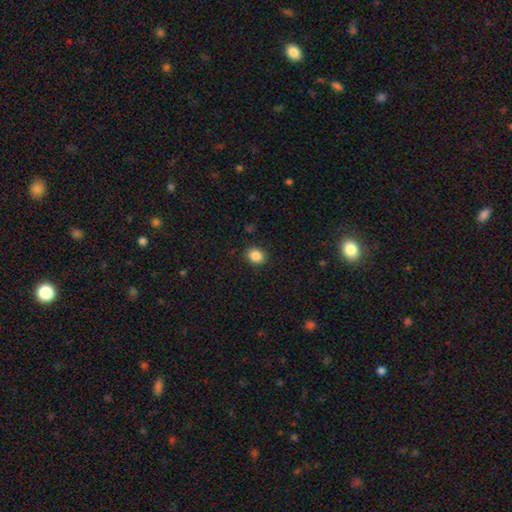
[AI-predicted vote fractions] Morphology: type=smooth (87%); roundness=round (63%); merging=none (90%).